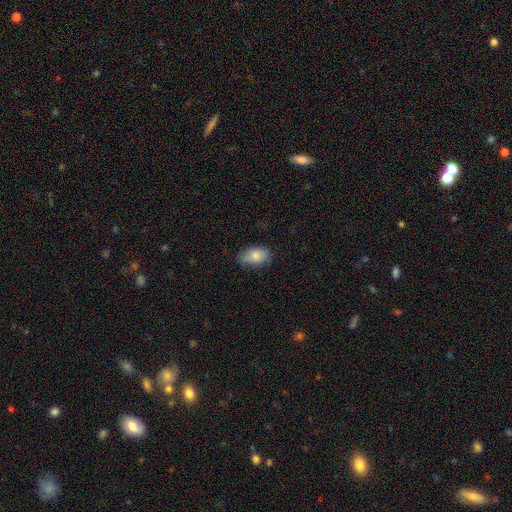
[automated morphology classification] smooth_or_featured: smooth (p=0.84) [alt: featured or disk p=0.09]
how_rounded: in between (p=0.92) [alt: round p=0.06]
merging: none (p=0.77) [alt: minor disturbance p=0.18]